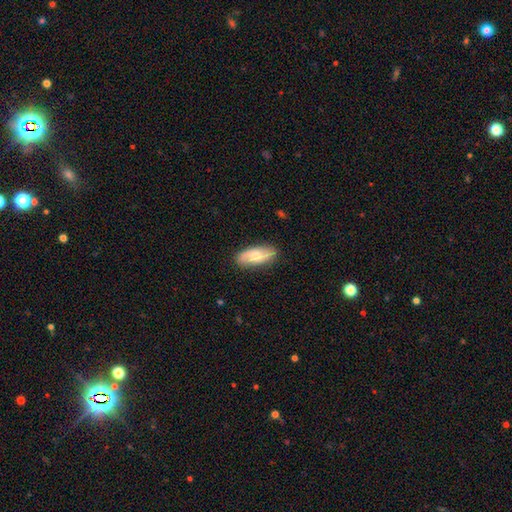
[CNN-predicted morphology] smooth 62%, featured or disk 32%, star or artifact 6%. Down the decision tree: how rounded — in between (83%); merging — none (84%).